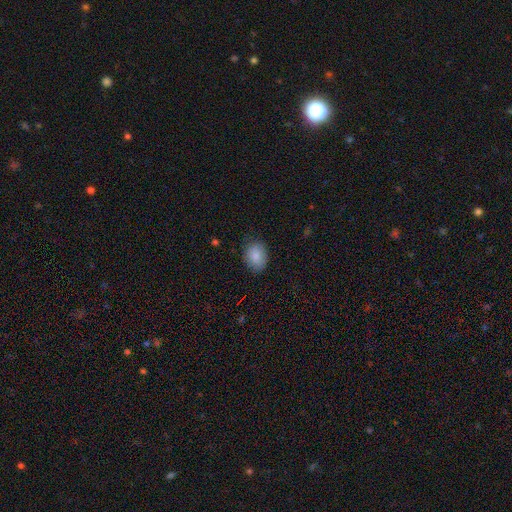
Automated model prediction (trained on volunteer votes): Smooth or featured? smooth (85%)
How rounded? in between (69%)
Merging? none (81%)